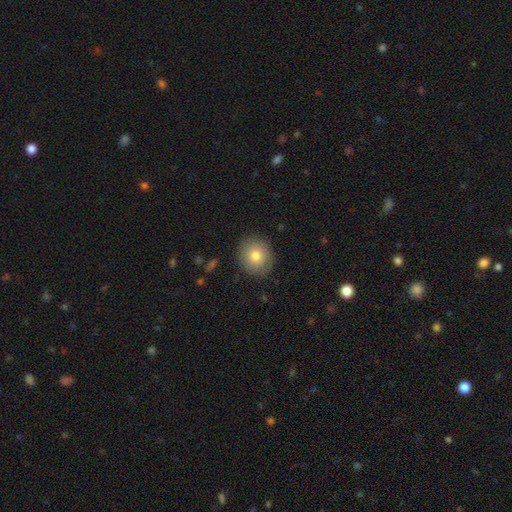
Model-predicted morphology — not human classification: This appears to be a smooth galaxy with no disk features (79%) that is round (82%). Merging: none (88%).